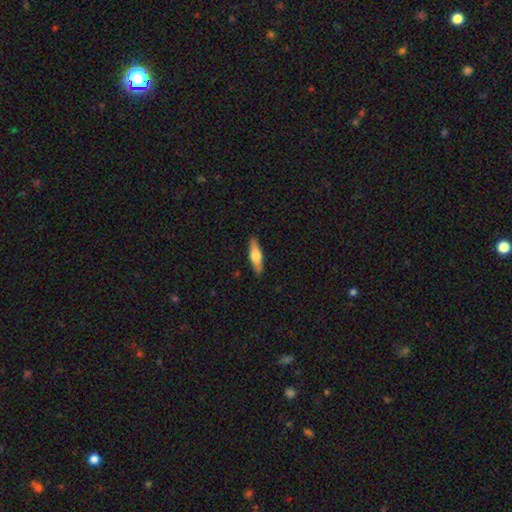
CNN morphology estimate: Q: Smooth or featured?
A: smooth (50%); runner-up: featured or disk (44%)
Q: Merging?
A: none (90%); runner-up: minor disturbance (7%)